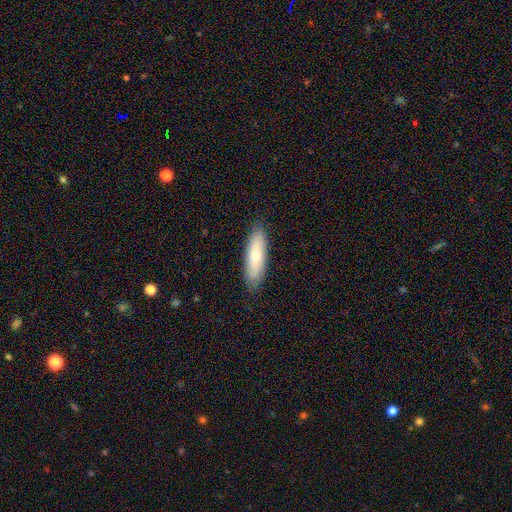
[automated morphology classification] This appears to be a smooth galaxy with no disk features (64%) that is cigar-shaped (52%). Merging: none (87%).